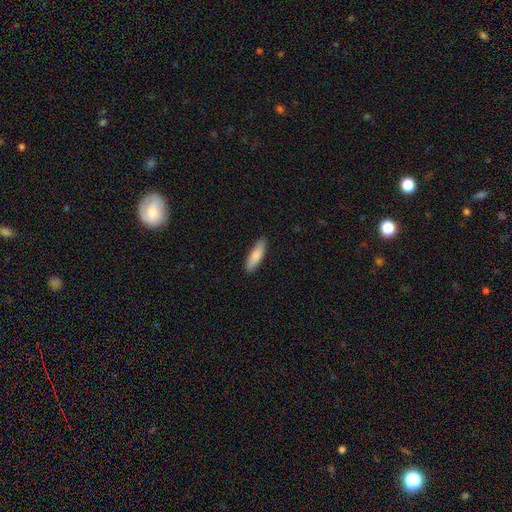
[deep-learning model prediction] This is clearly a smooth galaxy (83%). How rounded: possibly cigar-shaped (57%). Merging: clearly none (88%).